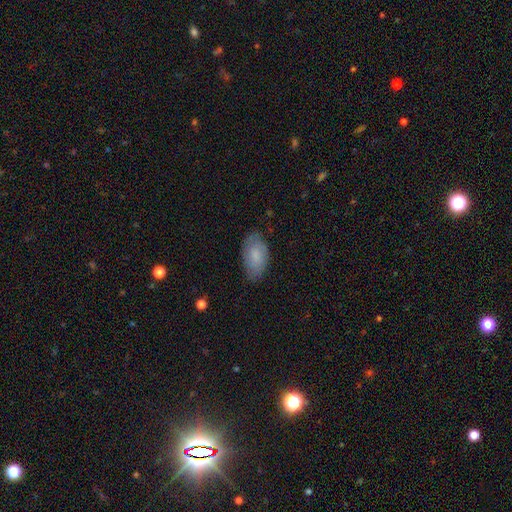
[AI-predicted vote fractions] This appears to be a smooth galaxy with no disk features (77%) that is in between round and cigar-shaped (94%). Merging: none (74%).